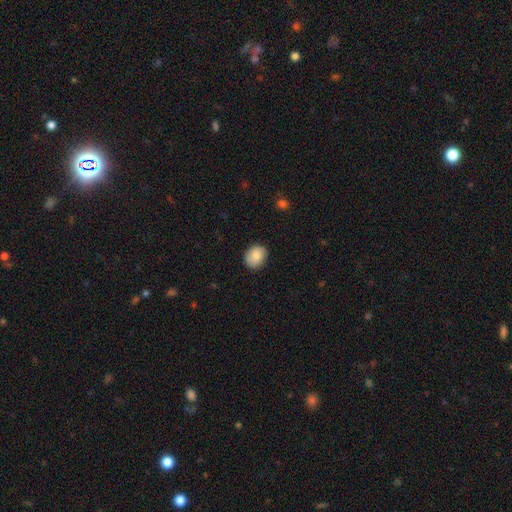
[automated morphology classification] A smooth galaxy with no disk features (84%) that is round (52%).

Vote fractions:
- Smooth or featured? smooth: 84% / featured or disk: 8% / star or artifact: 7%
- How rounded? round: 52% / in between: 47% / cigar-shaped: 1%
- Merging? none: 85% / minor disturbance: 11% / major disturbance: 2% / merger: 1%